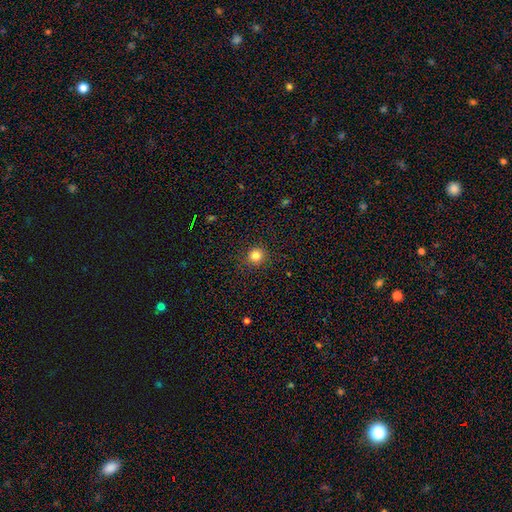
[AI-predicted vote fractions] This is clearly a smooth galaxy (82%). How rounded: clearly round (92%). Merging: clearly none (90%).